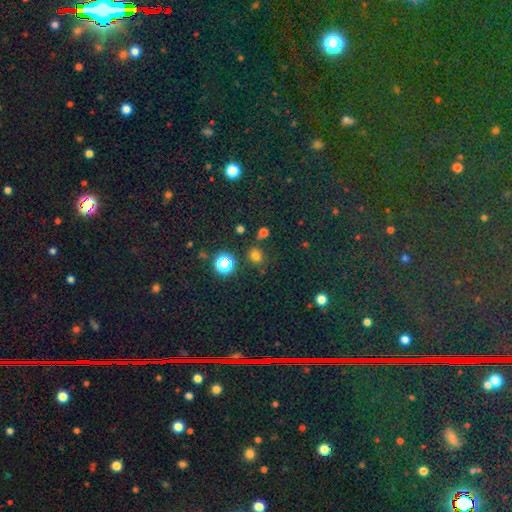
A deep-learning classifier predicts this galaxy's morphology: Smooth or featured: smooth — 68% (star or artifact — 26%)
How rounded: round — 68% (in between — 31%)
Merging: none — 76% (minor disturbance — 12%)